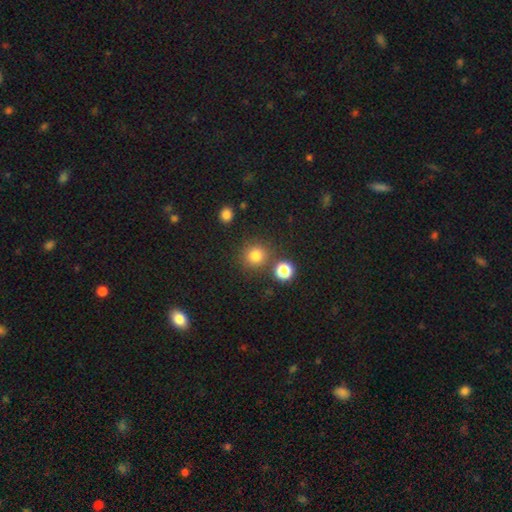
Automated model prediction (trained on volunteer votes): smooth 78%, star or artifact 16%, featured or disk 6%. Down the decision tree: how rounded — round (91%); merging — none (81%).